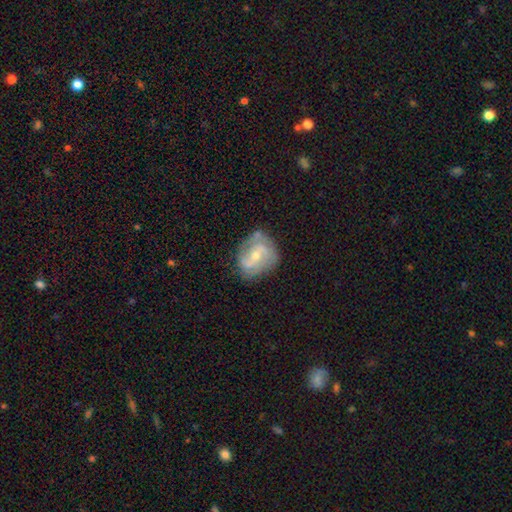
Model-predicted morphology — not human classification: featured or disk 77%, smooth 17%, star or artifact 6%. Down the decision tree: edge-on disk — no (97%); bar — weak (49%); spiral arms — yes (90%); spiral arm count — 2 (68%); spiral winding — medium (46%); bulge size — moderate (49%); merging — none (66%).